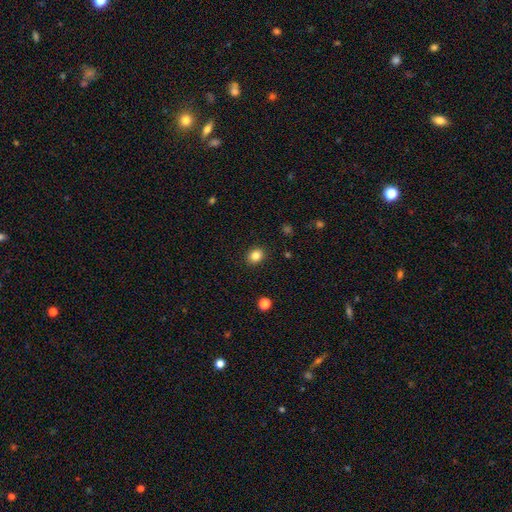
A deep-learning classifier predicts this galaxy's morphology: A smooth galaxy with no disk features (84%) that is round (59%).

Vote fractions:
- Smooth or featured? smooth: 84% / star or artifact: 11% / featured or disk: 5%
- How rounded? round: 59% / in between: 40% / cigar-shaped: 1%
- Merging? none: 90% / minor disturbance: 7% / major disturbance: 2% / merger: 1%